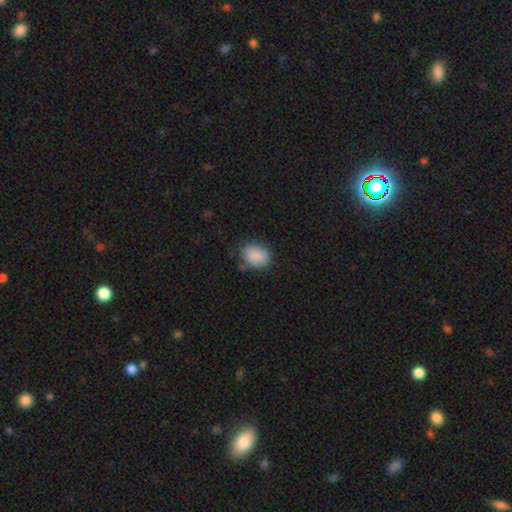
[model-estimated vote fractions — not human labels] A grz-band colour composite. It shows a smooth galaxy with no disk features (88%) that is in between round and cigar-shaped (60%). Merging: none (74%).